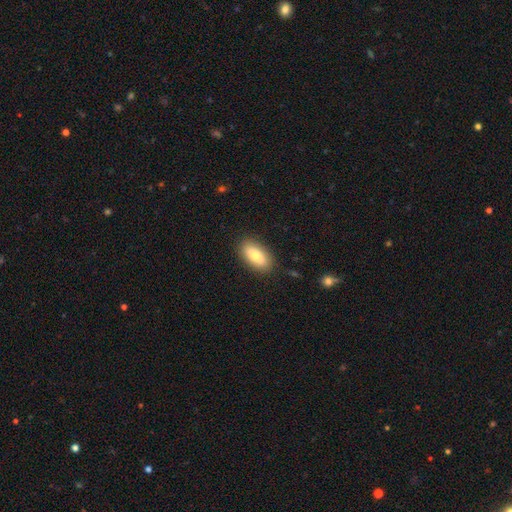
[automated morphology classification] A smooth galaxy with no disk features (78%) that is in between round and cigar-shaped (90%). Merging: none (87%).